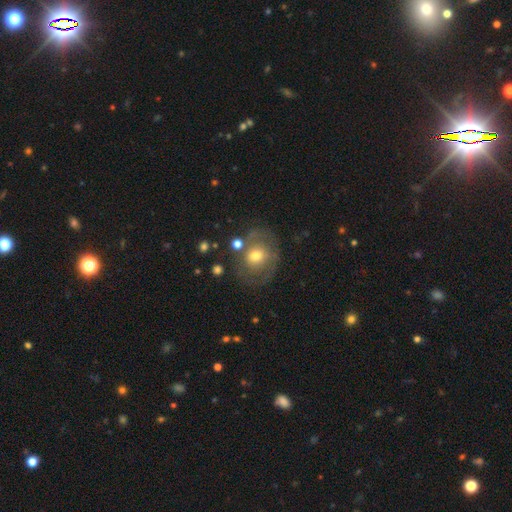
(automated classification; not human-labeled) Smooth or featured: smooth — 51% (featured or disk — 40%)
How rounded: round — 65% (in between — 34%)
Merging: none — 63% (minor disturbance — 19%)